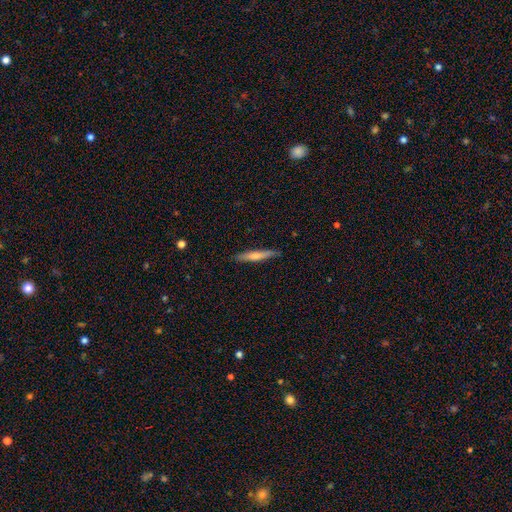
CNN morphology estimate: smooth_or_featured: smooth (p=0.64) [alt: featured or disk p=0.30]
how_rounded: cigar-shaped (p=0.93) [alt: in between p=0.06]
merging: none (p=0.86) [alt: minor disturbance p=0.10]